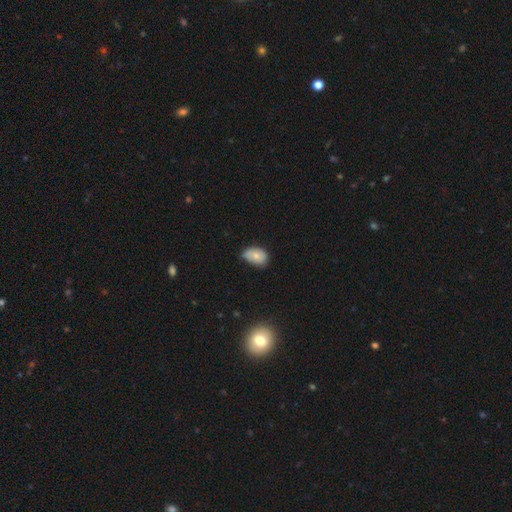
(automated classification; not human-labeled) Smooth or featured?
  - smooth: 71% *
  - featured or disk: 21%
  - star or artifact: 9%
How rounded?
  - in between: 83% *
  - round: 15%
  - cigar-shaped: 1%
Merging?
  - none: 51% *
  - minor disturbance: 40%
  - major disturbance: 7%
  - merger: 2%